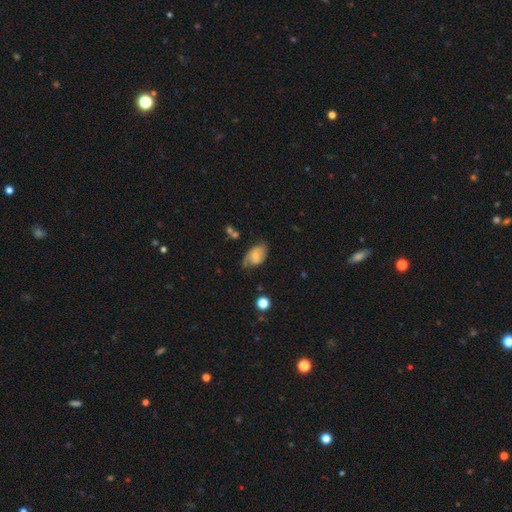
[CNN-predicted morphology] type=smooth (47%); merging=none (52%).